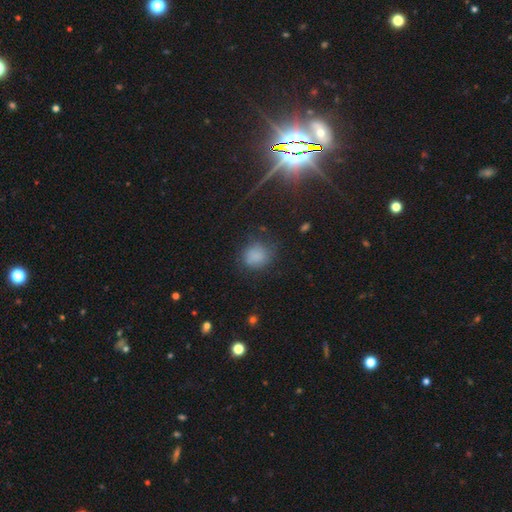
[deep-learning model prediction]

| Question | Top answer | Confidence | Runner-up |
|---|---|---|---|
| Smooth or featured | smooth | 75% | star or artifact (14%) |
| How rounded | round | 75% | in between (24%) |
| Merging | none | 65% | minor disturbance (22%) |